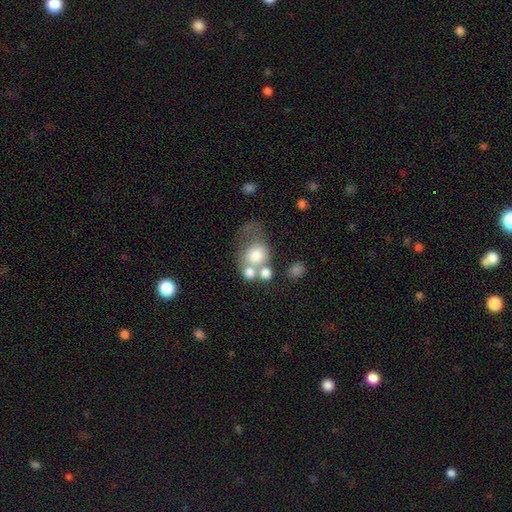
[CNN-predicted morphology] type=smooth (65%); roundness=round (62%); merging=merger (47%).